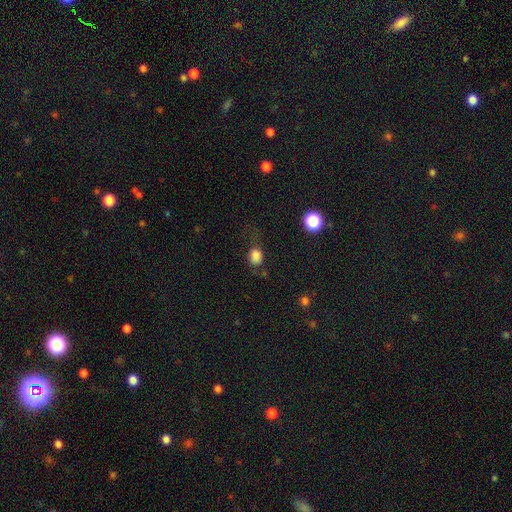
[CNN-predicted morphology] A smooth galaxy with no disk features (80%) that is round (55%).

Vote fractions:
- Smooth or featured? smooth: 80% / star or artifact: 12% / featured or disk: 8%
- How rounded? round: 55% / in between: 43% / cigar-shaped: 1%
- Merging? none: 56% / minor disturbance: 24% / major disturbance: 17% / merger: 3%